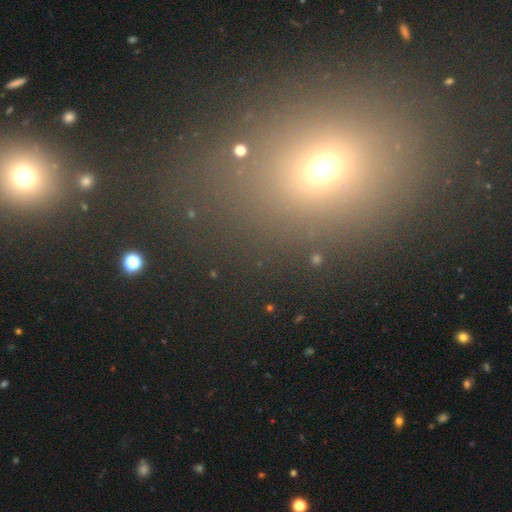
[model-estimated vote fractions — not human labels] This is possibly a smooth galaxy (54%). How rounded: possibly in between (49%). Merging: likely none (77%).